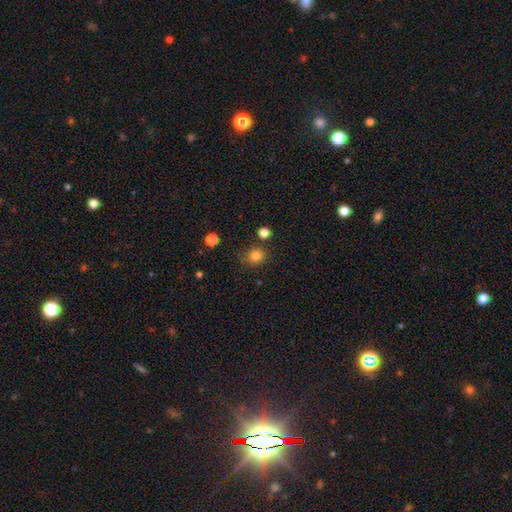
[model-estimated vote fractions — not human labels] A smooth galaxy with no disk features (82%) that is round (83%).

Vote fractions:
- Smooth or featured? smooth: 82% / star or artifact: 13% / featured or disk: 5%
- How rounded? round: 83% / in between: 16% / cigar-shaped: 1%
- Merging? none: 78% / minor disturbance: 13% / merger: 5% / major disturbance: 4%